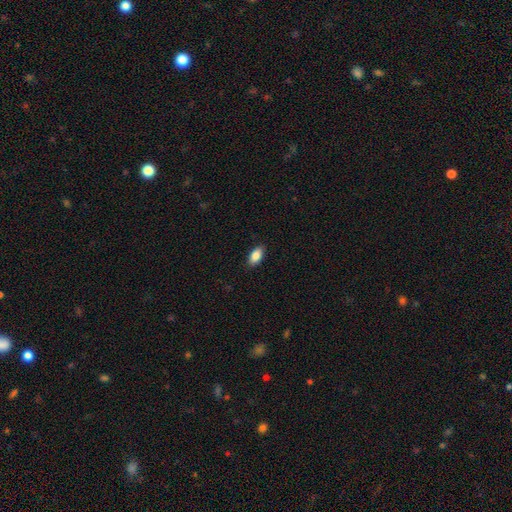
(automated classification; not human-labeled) Smooth or featured?
  - smooth: 87% *
  - star or artifact: 7%
  - featured or disk: 6%
How rounded?
  - in between: 93% *
  - cigar-shaped: 4%
  - round: 3%
Merging?
  - none: 89% *
  - minor disturbance: 8%
  - major disturbance: 2%
  - merger: 1%